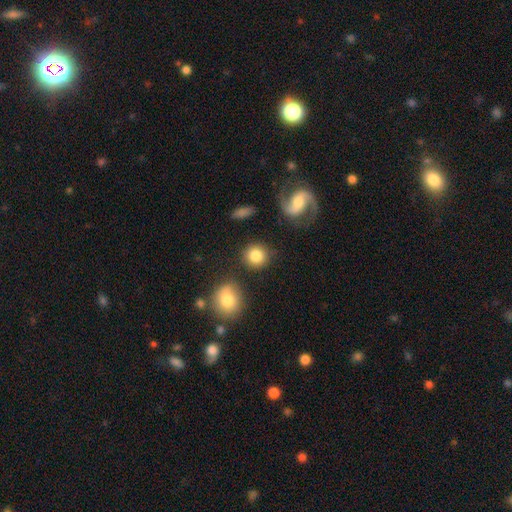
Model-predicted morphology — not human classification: A smooth galaxy with no disk features (83%) that is round (91%). Merging: none (83%).